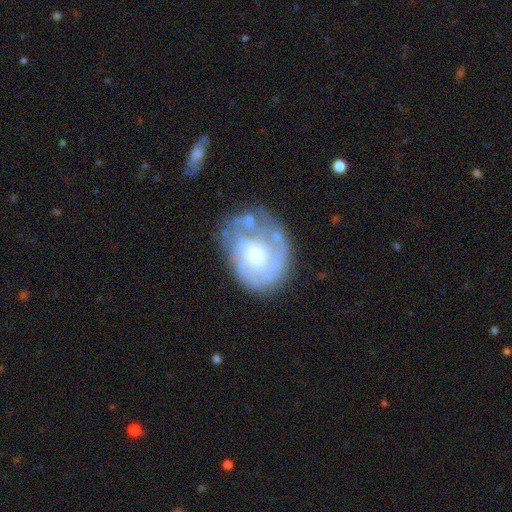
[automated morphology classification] Smooth or featured: featured or disk — 69% (smooth — 23%)
Edge-on disk: no — 97% (yes — 3%)
Bar: no — 71% (weak — 24%)
Spiral arms: yes — 60% (no — 40%)
Bulge size: moderate — 53% (large — 21%)
Merging: none — 54% (minor disturbance — 23%)